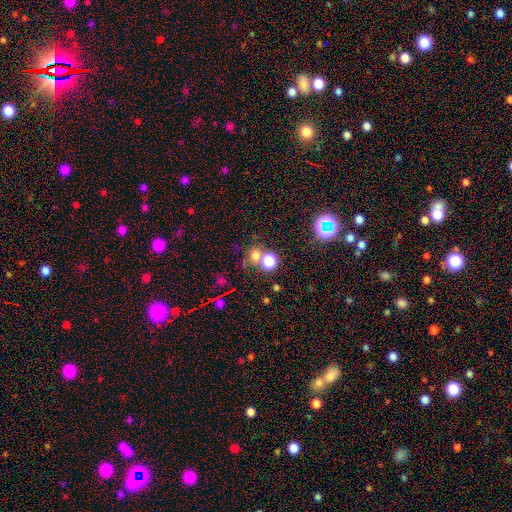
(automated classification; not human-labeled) Smooth or featured: smooth — 58% (star or artifact — 34%)
How rounded: round — 84% (in between — 15%)
Merging: none — 62% (merger — 25%)